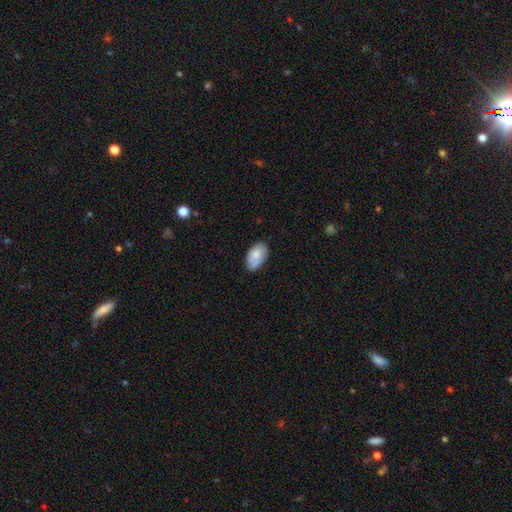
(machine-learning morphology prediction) The model was most divided on "merging": none: 74%, minor disturbance: 22%, major disturbance: 3%, merger: 1%. More confident: how rounded — in between (93%); smooth or featured — smooth (76%).